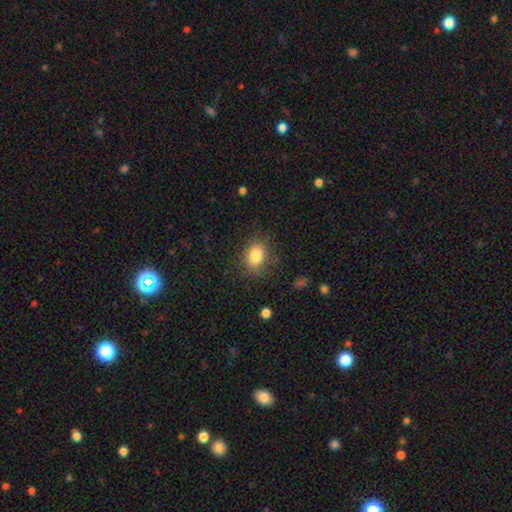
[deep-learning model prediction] This is clearly a smooth galaxy (82%). How rounded: likely in between (70%). Merging: likely none (80%).